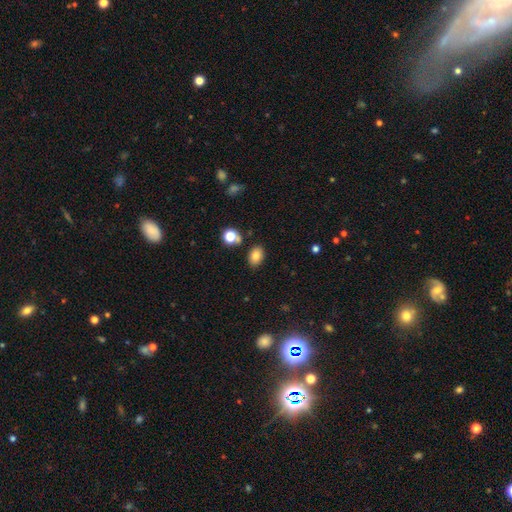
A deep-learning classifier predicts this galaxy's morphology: This is clearly a smooth galaxy (82%). How rounded: likely in between (74%). Merging: clearly none (82%).